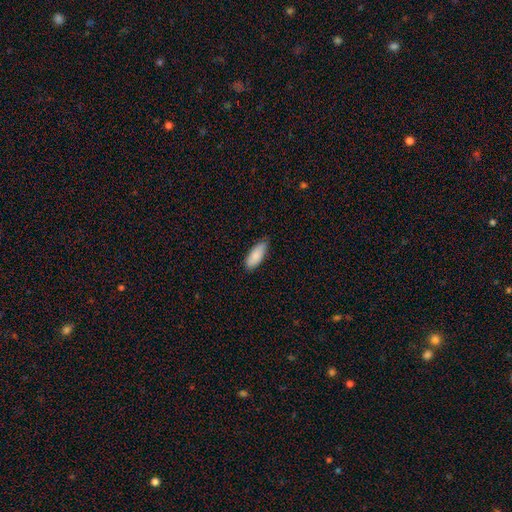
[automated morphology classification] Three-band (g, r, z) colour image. It shows a smooth galaxy with no disk features (86%) that is in between round and cigar-shaped (77%). Merging: none (74%).